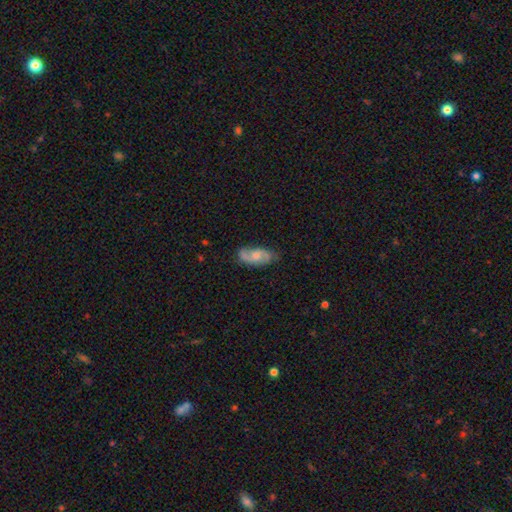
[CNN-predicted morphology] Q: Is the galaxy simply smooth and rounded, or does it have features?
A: featured or disk — 63%.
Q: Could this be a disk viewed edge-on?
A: no — 94%.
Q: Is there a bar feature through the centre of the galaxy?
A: no — 62%.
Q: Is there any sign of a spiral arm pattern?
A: yes — 91%.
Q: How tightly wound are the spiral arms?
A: medium — 43%.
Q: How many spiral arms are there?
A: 2 — 85%.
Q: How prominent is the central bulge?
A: moderate — 50%.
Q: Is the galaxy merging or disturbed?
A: none — 74%.